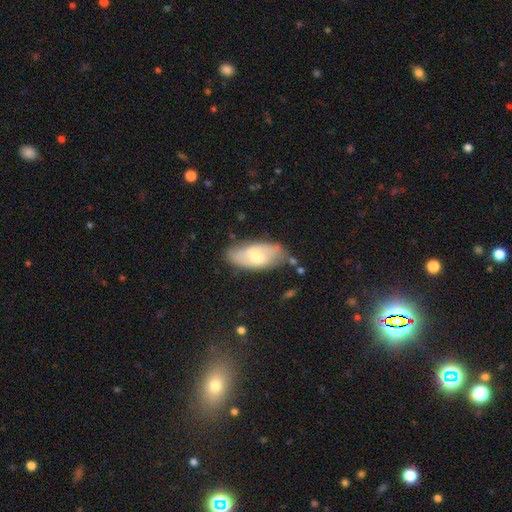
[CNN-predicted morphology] Overall: smooth (55%; featured or disk 39%). How rounded: in between (89%). Merging: none (71%).